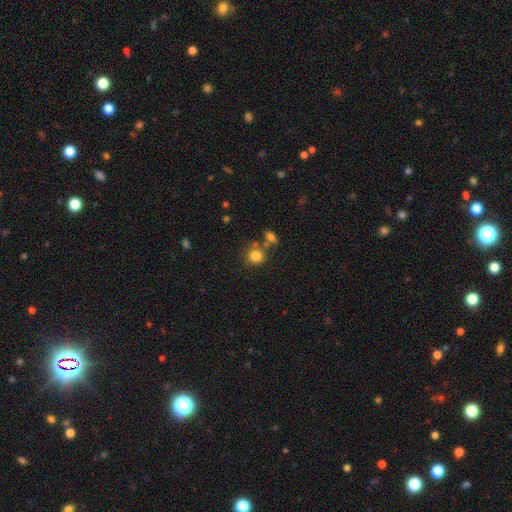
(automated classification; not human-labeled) Smooth or featured: smooth — 83% (star or artifact — 10%)
How rounded: round — 82% (in between — 17%)
Merging: none — 60% (merger — 22%)